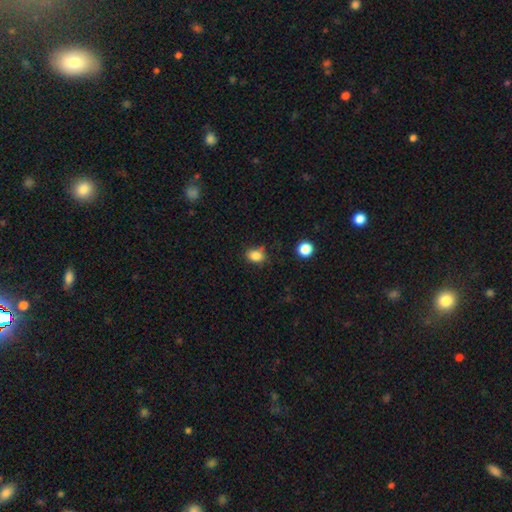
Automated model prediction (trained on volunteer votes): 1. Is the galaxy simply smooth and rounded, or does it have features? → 84% smooth, 11% star or artifact, 5% featured or disk.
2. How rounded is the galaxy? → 62% in between, 37% round, 1% cigar-shaped.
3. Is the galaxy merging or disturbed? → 71% none, 18% minor disturbance, 6% merger, 5% major disturbance.